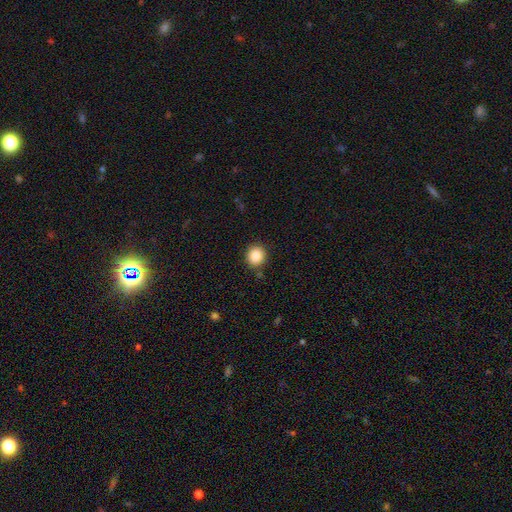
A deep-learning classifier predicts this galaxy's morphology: Smooth or featured?
  - smooth: 85% *
  - star or artifact: 10%
  - featured or disk: 6%
How rounded?
  - round: 86% *
  - in between: 13%
  - cigar-shaped: 1%
Merging?
  - none: 88% *
  - minor disturbance: 8%
  - major disturbance: 2%
  - merger: 2%